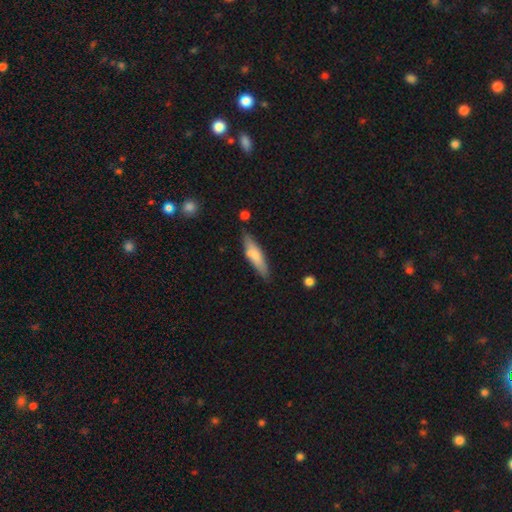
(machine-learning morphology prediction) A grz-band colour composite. It shows a smooth galaxy with no disk features (69%) that is cigar-shaped (70%). Merging: none (74%).